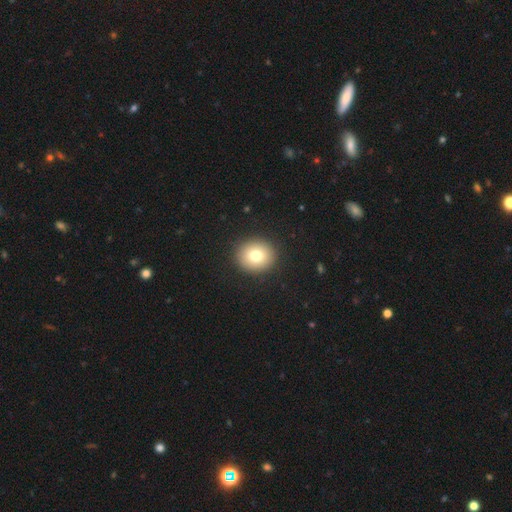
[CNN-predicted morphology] A smooth galaxy with no disk features (77%) that is round (79%).

Vote fractions:
- Smooth or featured? smooth: 77% / featured or disk: 13% / star or artifact: 11%
- How rounded? round: 79% / in between: 20% / cigar-shaped: 1%
- Merging? none: 91% / minor disturbance: 6% / major disturbance: 2% / merger: 1%